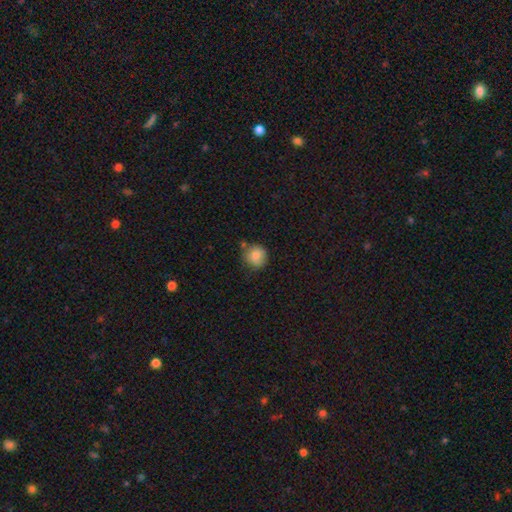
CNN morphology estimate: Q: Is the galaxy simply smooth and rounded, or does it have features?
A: smooth — 85%.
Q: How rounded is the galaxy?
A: round — 88%.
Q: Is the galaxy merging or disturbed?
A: none — 65%.